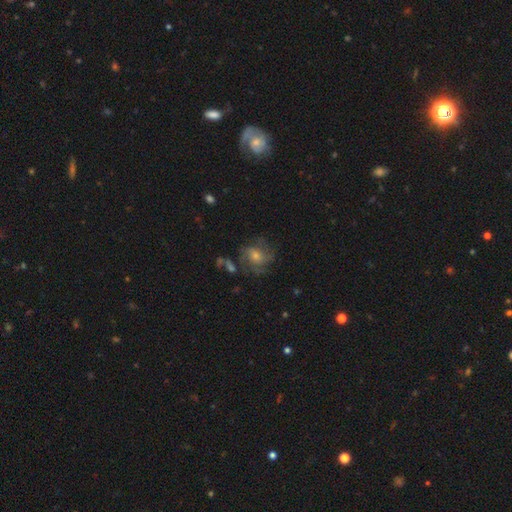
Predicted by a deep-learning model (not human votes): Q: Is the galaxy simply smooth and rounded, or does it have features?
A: featured or disk — 62%.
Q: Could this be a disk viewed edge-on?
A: no — 97%.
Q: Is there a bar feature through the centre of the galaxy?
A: no — 63%.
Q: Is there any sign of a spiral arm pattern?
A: yes — 85%.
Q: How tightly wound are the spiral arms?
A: medium — 46%.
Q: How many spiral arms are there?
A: can't tell — 35%.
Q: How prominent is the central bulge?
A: moderate — 50%.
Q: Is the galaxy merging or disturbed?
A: none — 64%.